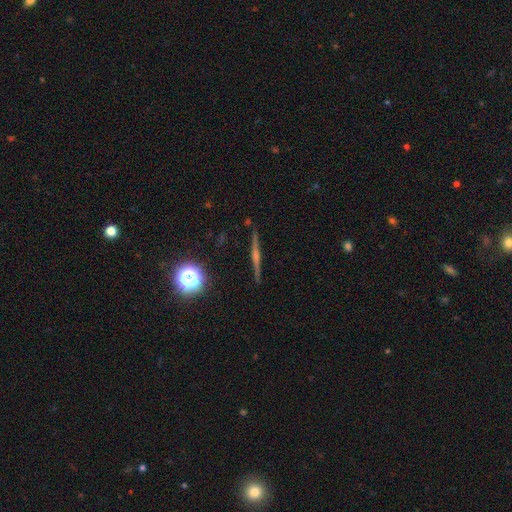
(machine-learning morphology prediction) smooth_or_featured: featured or disk (p=0.73) [alt: smooth p=0.15]
disk_edge_on: yes (p=0.98) [alt: no p=0.02]
edge_on_bulge: rounded (p=0.75) [alt: none p=0.14]
merging: none (p=0.92) [alt: minor disturbance p=0.05]